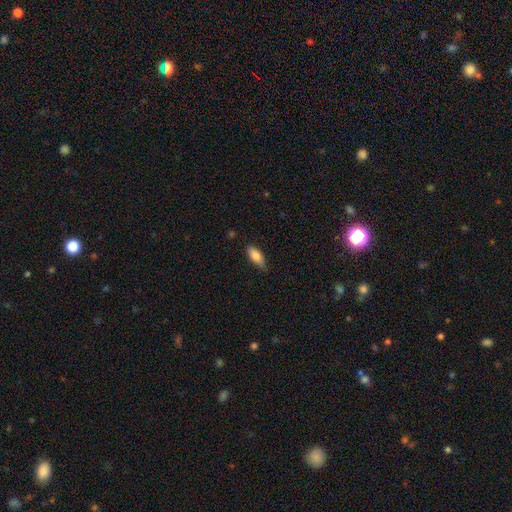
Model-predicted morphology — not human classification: type=smooth (82%); roundness=in between (77%); merging=none (71%).